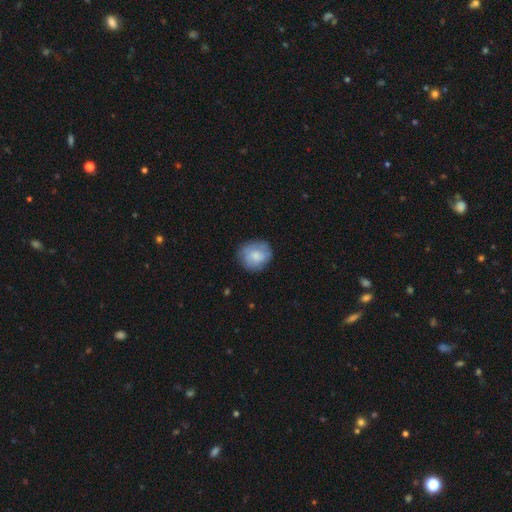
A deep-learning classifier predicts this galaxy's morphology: Smooth or featured? Predicted: smooth (p=0.73). How rounded? Predicted: round (p=0.75). Merging? Predicted: none (p=0.74).